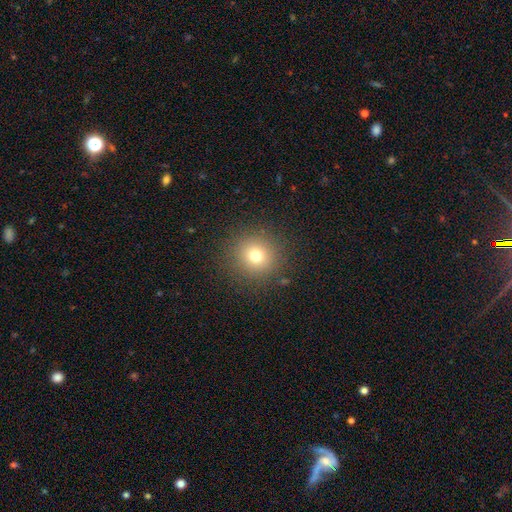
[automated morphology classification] Q: Smooth or featured?
A: smooth (74%); runner-up: star or artifact (17%)
Q: How rounded?
A: round (93%); runner-up: in between (6%)
Q: Merging?
A: none (89%); runner-up: minor disturbance (6%)